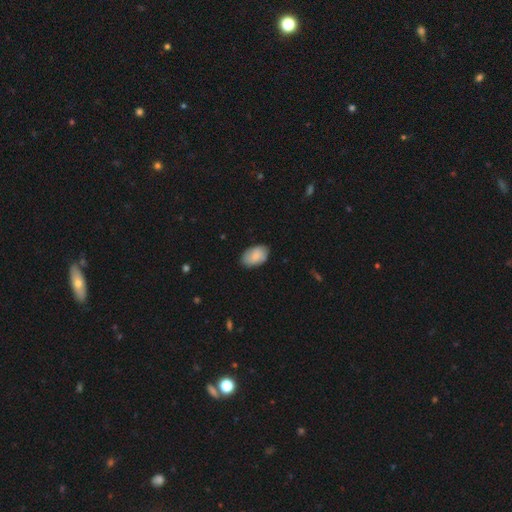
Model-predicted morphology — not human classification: smooth-or-featured: smooth: 83% | featured or disk: 11% | star or artifact: 6%
  how-rounded: in between: 92% | round: 6% | cigar-shaped: 1%
  merging: none: 82% | minor disturbance: 15% | major disturbance: 3% | merger: 1%